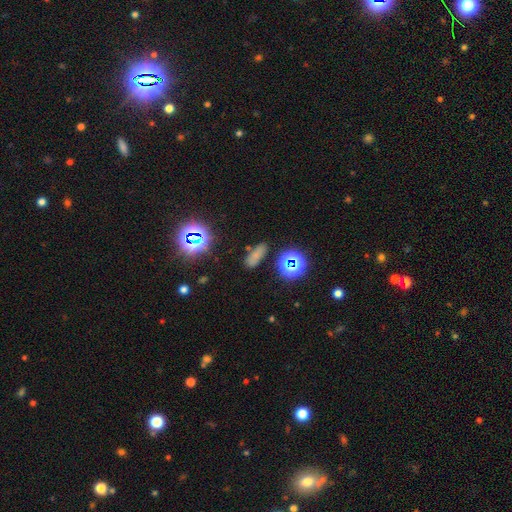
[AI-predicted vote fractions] Smooth or featured? smooth (62%)
How rounded? in between (59%)
Merging? none (77%)